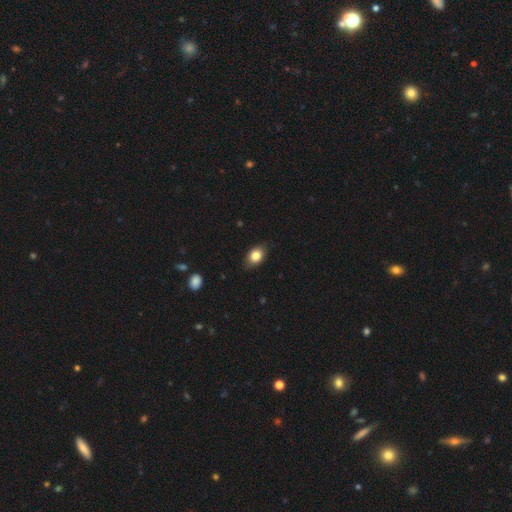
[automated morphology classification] The model was most divided on "how rounded": in between: 73%, round: 26%, cigar-shaped: 2%. More confident: smooth or featured — smooth (84%); merging — none (81%).